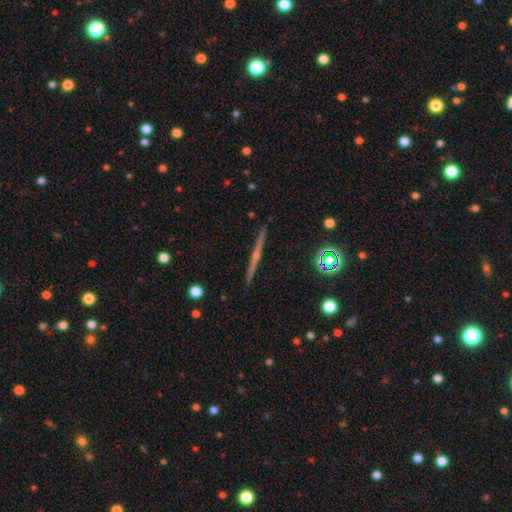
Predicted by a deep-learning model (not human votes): This appears to be a featured or disk galaxy (72%) viewed edge-on (98%) with a rounded central bulge (60%). Merging: none (92%).